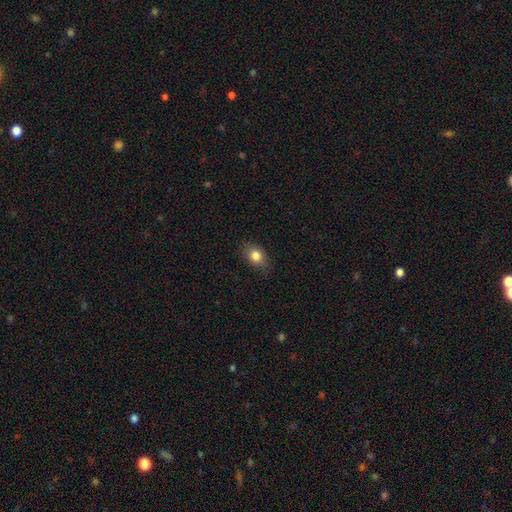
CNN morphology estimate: Smooth or featured? Predicted: smooth (p=0.82). How rounded? Predicted: in between (p=0.68). Merging? Predicted: none (p=0.78).